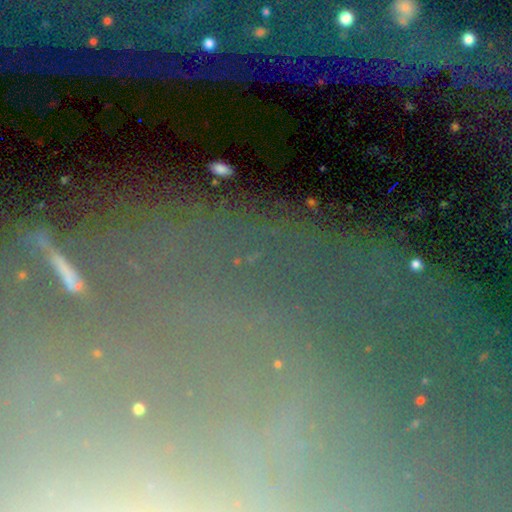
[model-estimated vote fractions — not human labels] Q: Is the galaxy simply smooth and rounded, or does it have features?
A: star or artifact — 68%.